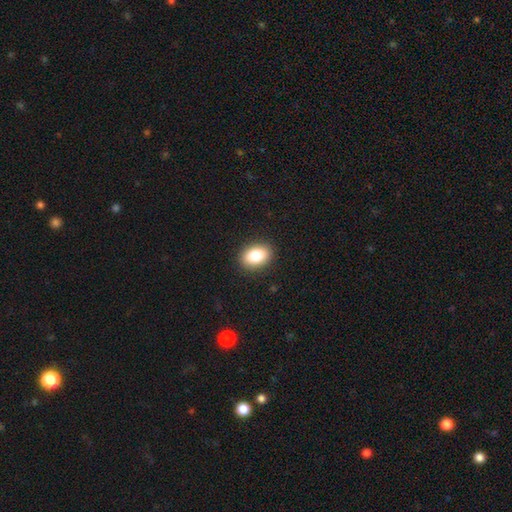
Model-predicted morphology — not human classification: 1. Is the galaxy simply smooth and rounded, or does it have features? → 85% smooth, 8% star or artifact, 7% featured or disk.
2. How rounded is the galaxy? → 82% in between, 17% round, 1% cigar-shaped.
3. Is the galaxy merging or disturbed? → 89% none, 7% minor disturbance, 2% major disturbance, 1% merger.